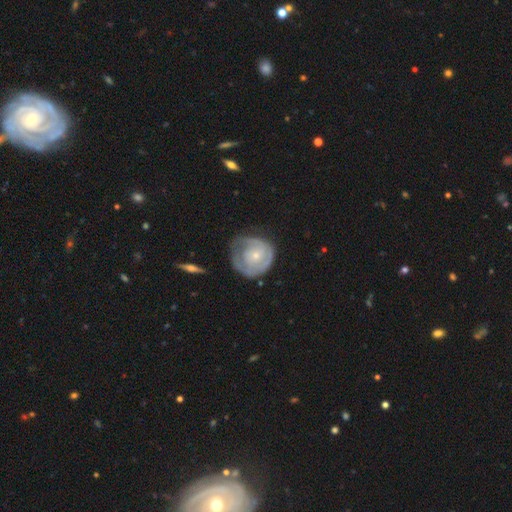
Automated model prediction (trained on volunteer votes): Smooth or featured? featured or disk (63%)
Edge-on disk? no (97%)
Bar? no (81%)
Spiral arms? yes (70%)
Bulge size? small (72%)
Merging? none (51%)